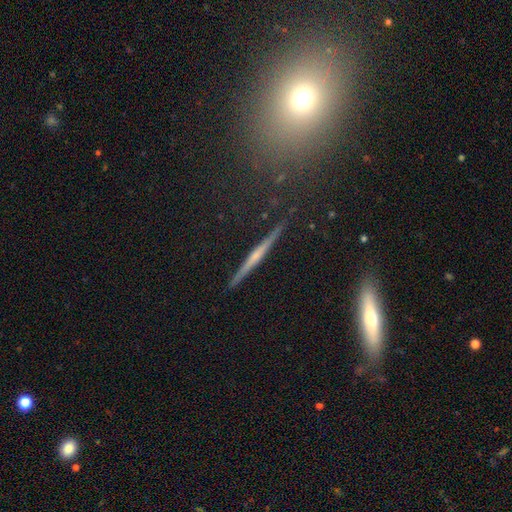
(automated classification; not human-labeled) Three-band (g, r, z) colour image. It shows a featured or disk galaxy (68%) viewed edge-on (97%) with a rounded central bulge (49%). Merging: none (90%).